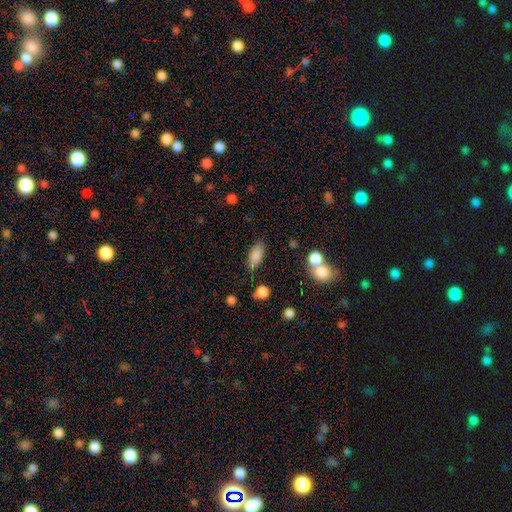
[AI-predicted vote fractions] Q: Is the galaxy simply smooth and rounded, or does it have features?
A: smooth — 84%.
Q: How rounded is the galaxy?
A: in between — 83%.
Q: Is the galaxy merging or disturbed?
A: none — 75%.